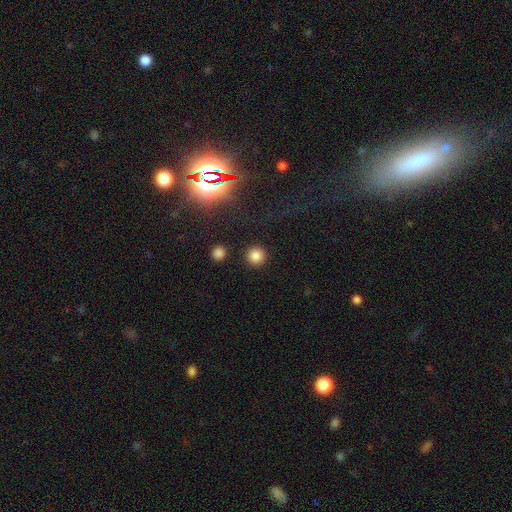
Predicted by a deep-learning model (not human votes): A smooth galaxy with no disk features (81%) that is round (94%).

Vote fractions:
- Smooth or featured? smooth: 81% / star or artifact: 14% / featured or disk: 5%
- How rounded? round: 94% / in between: 5% / cigar-shaped: 1%
- Merging? none: 89% / minor disturbance: 6% / major disturbance: 3% / merger: 2%